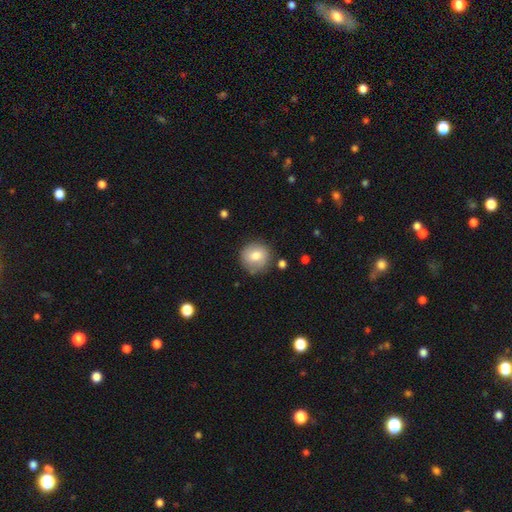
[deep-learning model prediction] Overall: smooth (78%). How rounded: round (91%). Merging: none (81%).